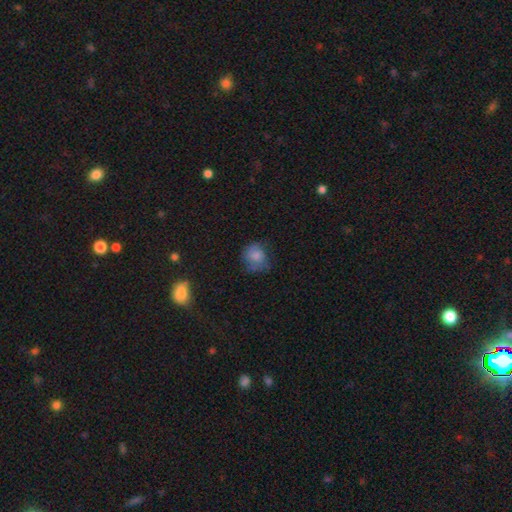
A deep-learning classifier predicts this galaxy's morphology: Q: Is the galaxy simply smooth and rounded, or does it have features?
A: smooth — 79%.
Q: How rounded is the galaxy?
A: round — 76%.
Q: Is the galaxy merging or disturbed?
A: none — 60%.